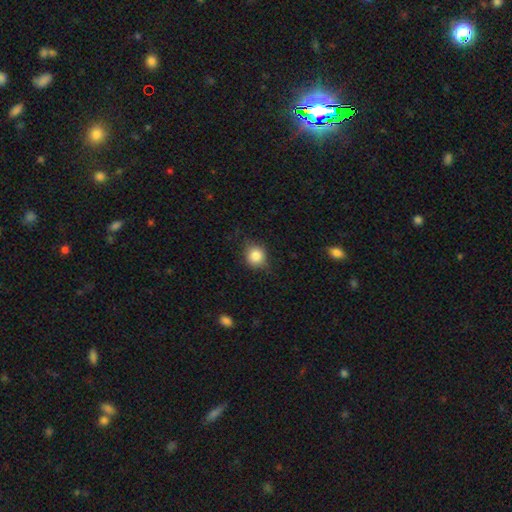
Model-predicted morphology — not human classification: Smooth or featured: smooth — 82% (star or artifact — 10%)
How rounded: round — 83% (in between — 16%)
Merging: none — 75% (minor disturbance — 20%)